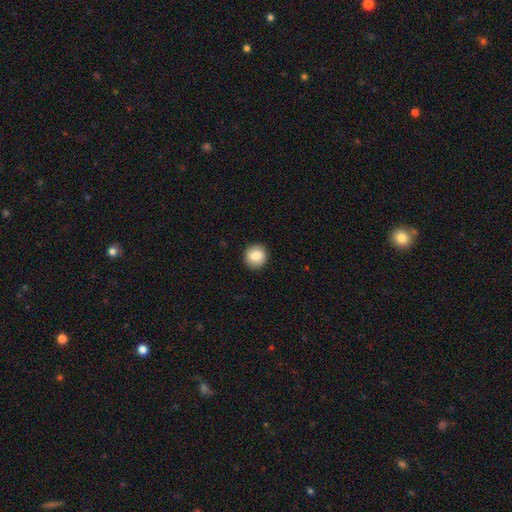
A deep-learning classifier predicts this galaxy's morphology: Smooth or featured? smooth (85%)
How rounded? round (93%)
Merging? none (92%)